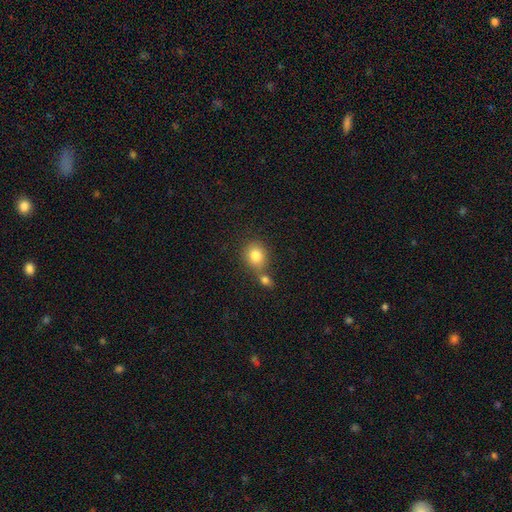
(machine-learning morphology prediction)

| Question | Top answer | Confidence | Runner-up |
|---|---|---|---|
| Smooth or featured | smooth | 82% | star or artifact (10%) |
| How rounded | round | 73% | in between (26%) |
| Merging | none | 51% | merger (35%) |